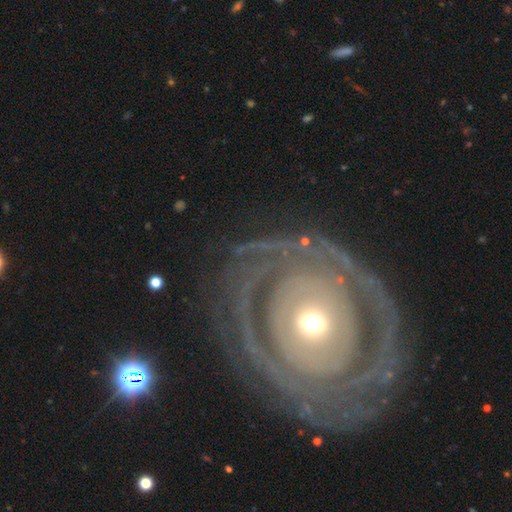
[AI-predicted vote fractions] This is clearly a featured or disk galaxy (85%). It is clearly not viewed edge-on (96%). Bar: likely no (80%). Spiral arm pattern: clearly yes (83%). Spiral arm count: marginally can't tell (36%). Spiral winding: clearly tight (83%). Central bulge: possibly moderate (52%). Merging: likely none (76%).